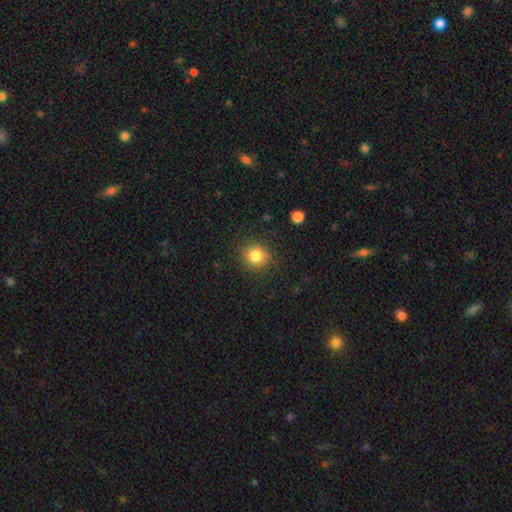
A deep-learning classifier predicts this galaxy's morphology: The model was most divided on "smooth or featured": smooth: 83%, star or artifact: 11%, featured or disk: 6%. More confident: how rounded — round (88%); merging — none (85%).